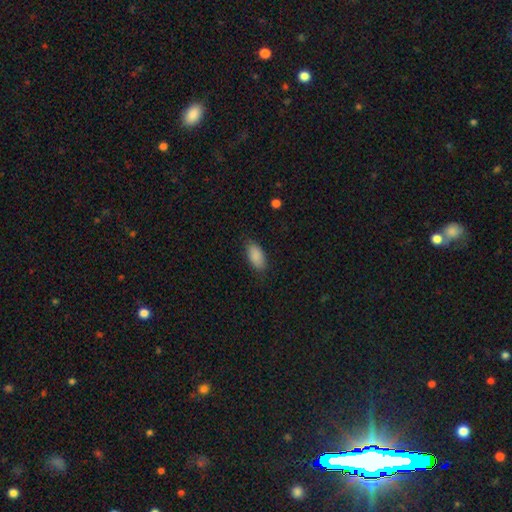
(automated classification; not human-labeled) Smooth or featured?
  - smooth: 88% *
  - star or artifact: 7%
  - featured or disk: 5%
How rounded?
  - in between: 91% *
  - cigar-shaped: 6%
  - round: 3%
Merging?
  - none: 82% *
  - minor disturbance: 14%
  - major disturbance: 3%
  - merger: 1%